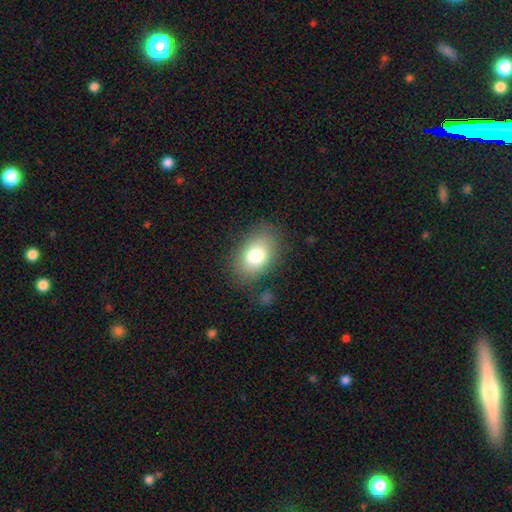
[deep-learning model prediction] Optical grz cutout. It shows a smooth galaxy with no disk features (78%) that is in between round and cigar-shaped (84%). Merging: none (79%).